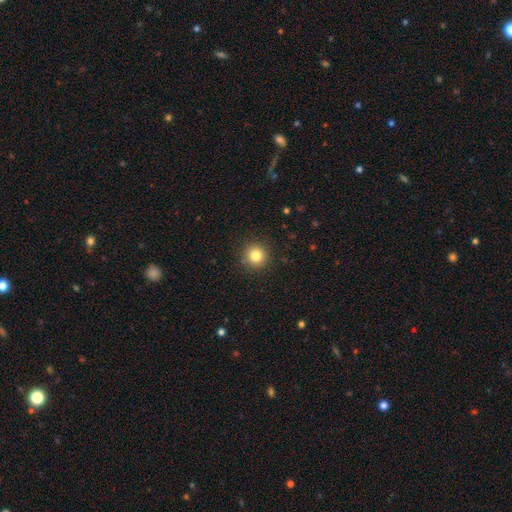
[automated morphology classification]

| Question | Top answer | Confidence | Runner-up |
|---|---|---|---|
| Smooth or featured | smooth | 82% | star or artifact (12%) |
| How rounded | round | 94% | in between (5%) |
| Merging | none | 91% | minor disturbance (6%) |